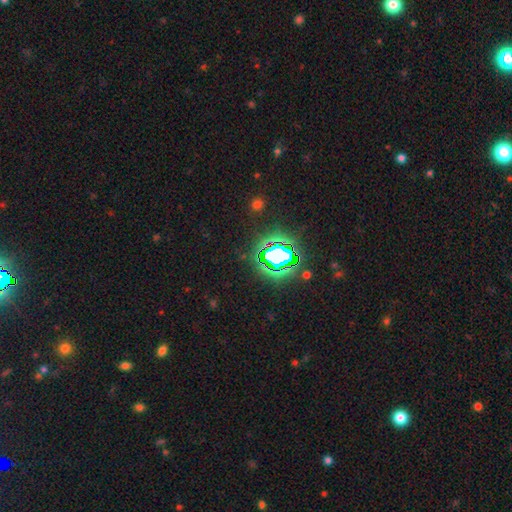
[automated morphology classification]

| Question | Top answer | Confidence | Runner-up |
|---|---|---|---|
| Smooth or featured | star or artifact | 84% | smooth (10%) |